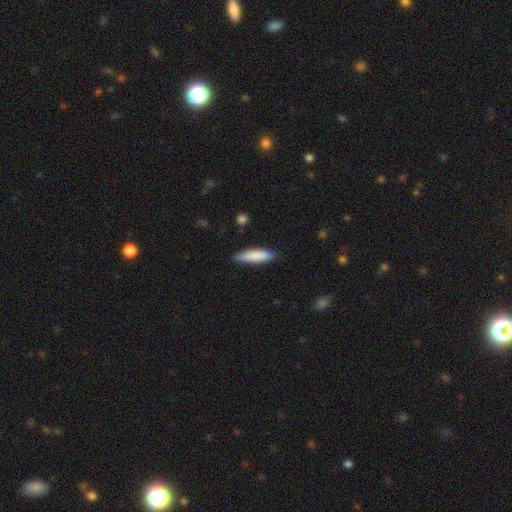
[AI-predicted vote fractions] The model was most divided on "how rounded": cigar-shaped: 69%, in between: 29%, round: 1%. More confident: smooth or featured — smooth (84%); merging — none (82%).